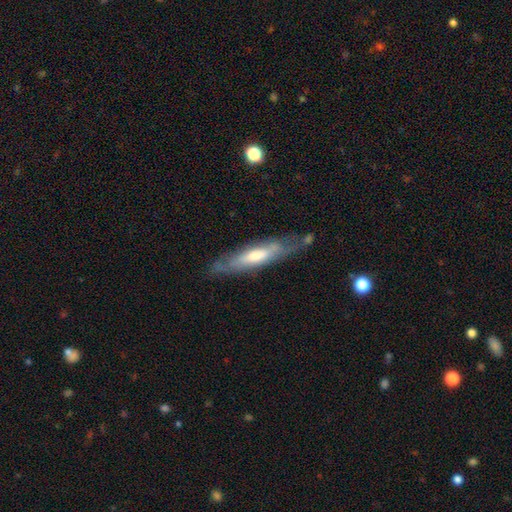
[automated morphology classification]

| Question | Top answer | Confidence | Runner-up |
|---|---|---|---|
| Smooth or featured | featured or disk | 64% | smooth (29%) |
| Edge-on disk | yes | 64% | no (36%) |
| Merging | none | 76% | minor disturbance (17%) |